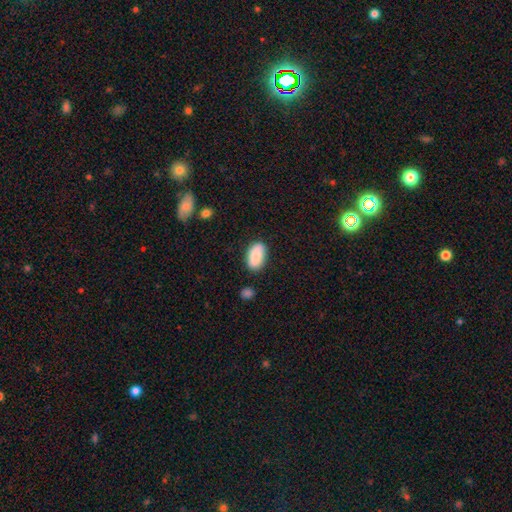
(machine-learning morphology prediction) Q: Smooth or featured?
A: smooth (85%); runner-up: featured or disk (8%)
Q: How rounded?
A: in between (93%); runner-up: round (5%)
Q: Merging?
A: none (82%); runner-up: minor disturbance (13%)